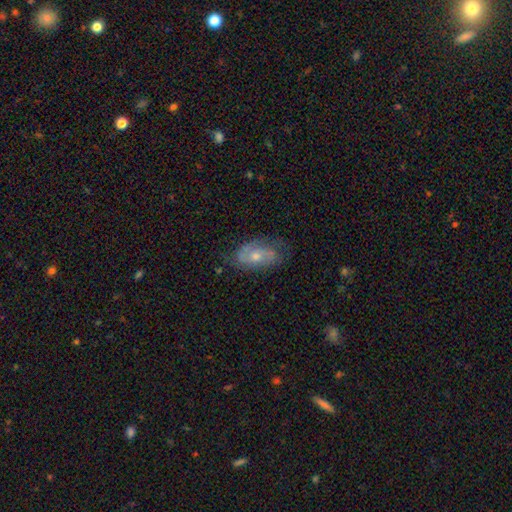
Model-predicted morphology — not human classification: Q: Smooth or featured?
A: featured or disk (64%); runner-up: smooth (27%)
Q: Edge-on disk?
A: no (93%); runner-up: yes (7%)
Q: Bar?
A: no (70%); runner-up: weak (25%)
Q: Spiral arms?
A: yes (83%); runner-up: no (17%)
Q: Bulge size?
A: moderate (56%); runner-up: small (38%)
Q: Merging?
A: none (66%); runner-up: minor disturbance (24%)